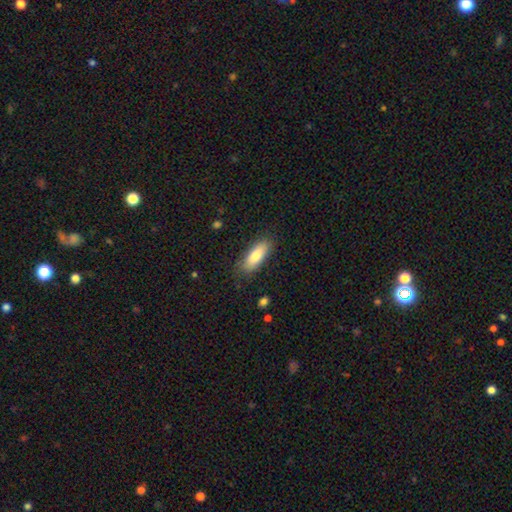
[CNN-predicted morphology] type=smooth (79%); roundness=in between (69%); merging=none (83%).